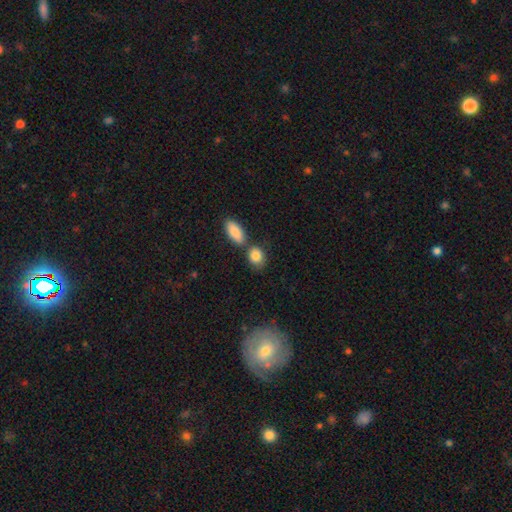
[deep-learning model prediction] Smooth or featured? smooth (86%)
How rounded? in between (59%)
Merging? none (57%)